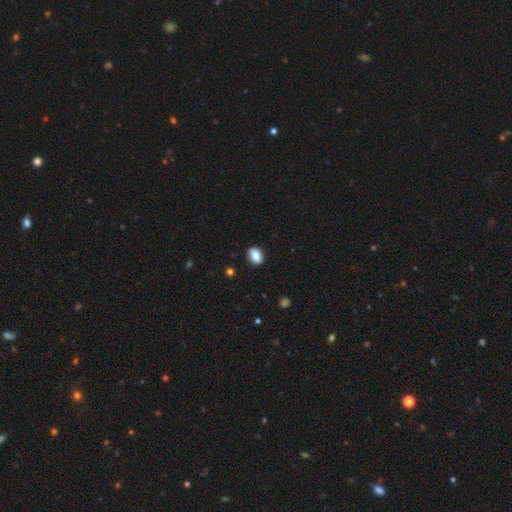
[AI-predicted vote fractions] Smooth or featured? Predicted: smooth (p=0.85). How rounded? Predicted: in between (p=0.79). Merging? Predicted: none (p=0.86).